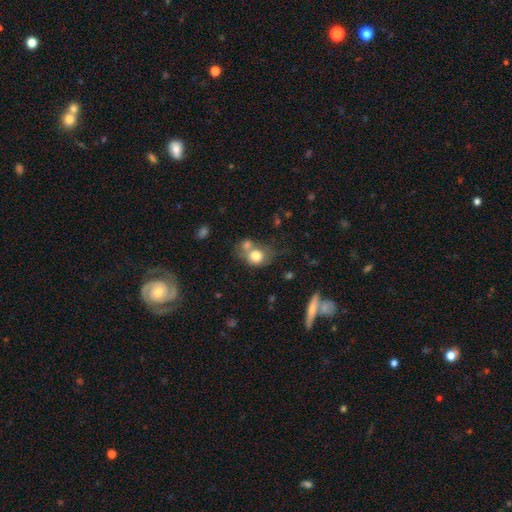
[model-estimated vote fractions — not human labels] Smooth or featured? smooth (78%)
How rounded? round (69%)
Merging? merger (42%)